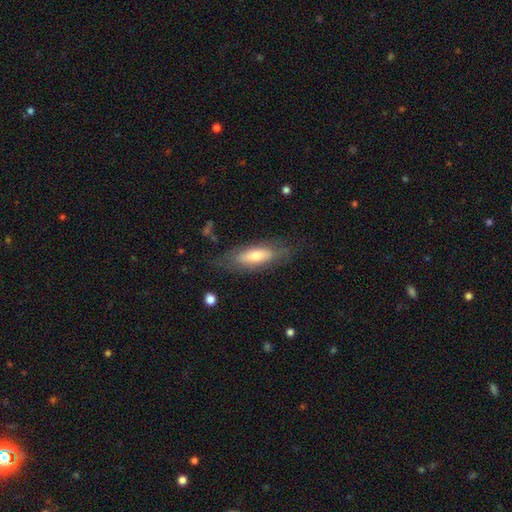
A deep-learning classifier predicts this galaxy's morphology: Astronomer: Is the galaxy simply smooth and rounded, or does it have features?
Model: smooth — 60%.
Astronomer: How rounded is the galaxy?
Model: in between — 59% (runner-up: cigar-shaped, 39%).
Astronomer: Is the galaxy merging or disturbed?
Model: none — 73%.